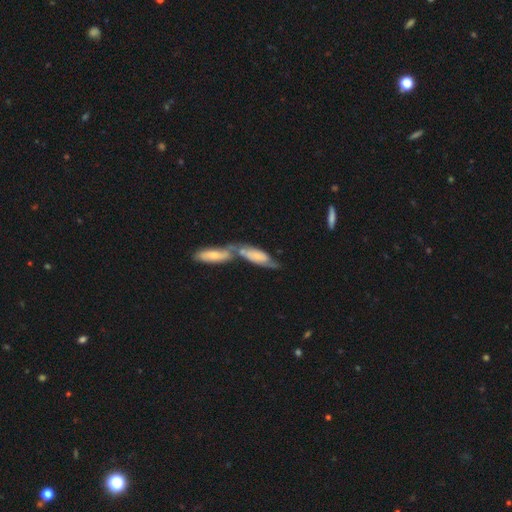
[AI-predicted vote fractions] A featured or disk galaxy (53%). Merging: merger (65%).